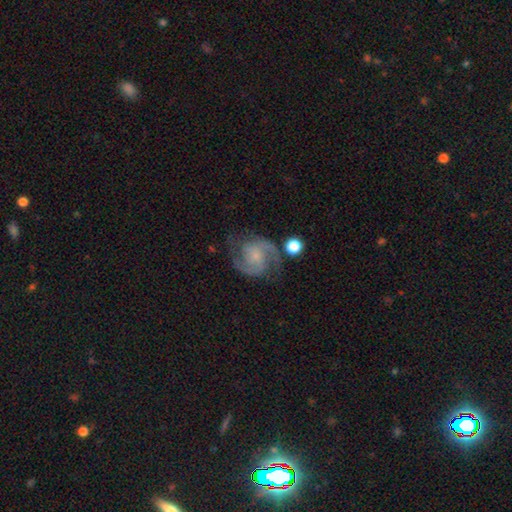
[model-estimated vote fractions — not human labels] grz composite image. It shows a featured or disk galaxy (87%) with no bar (58%), 2 (90%) medium (58%) spiral arms (98%) and a small central bulge (60%). Merging: none (73%).